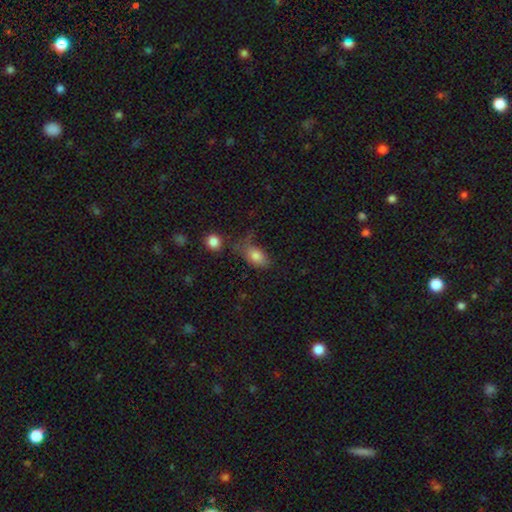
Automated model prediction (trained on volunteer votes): Smooth or featured: smooth — 80% (featured or disk — 11%)
How rounded: in between — 86% (round — 10%)
Merging: none — 43% (minor disturbance — 28%)